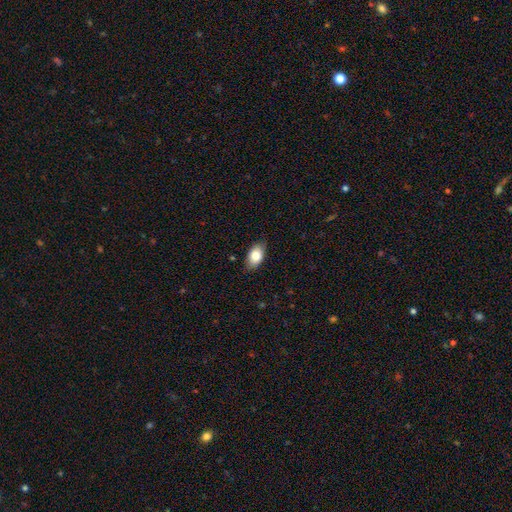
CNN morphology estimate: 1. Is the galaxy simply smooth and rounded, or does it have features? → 82% smooth, 11% featured or disk, 7% star or artifact.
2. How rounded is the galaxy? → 91% in between, 7% round, 2% cigar-shaped.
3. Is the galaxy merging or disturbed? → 84% none, 13% minor disturbance, 2% major disturbance, 1% merger.